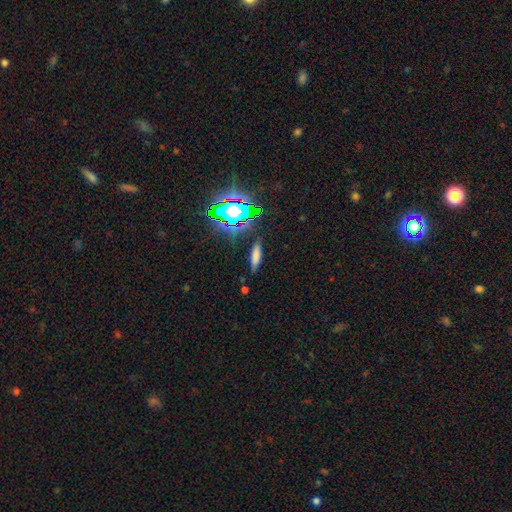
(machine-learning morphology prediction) Smooth or featured?
  - smooth: 68% *
  - star or artifact: 18%
  - featured or disk: 14%
How rounded?
  - cigar-shaped: 64% *
  - in between: 33%
  - round: 3%
Merging?
  - none: 81% *
  - minor disturbance: 13%
  - major disturbance: 4%
  - merger: 3%